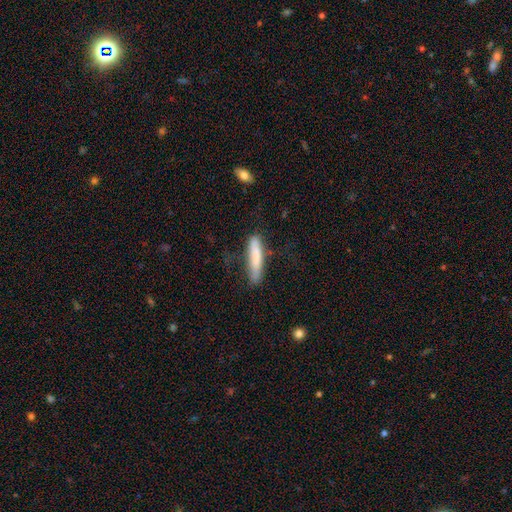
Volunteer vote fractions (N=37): smooth 73%, featured or disk 24%, star or artifact 3%. Down the decision tree: how rounded — cigar-shaped (89%); merging — none (83%).